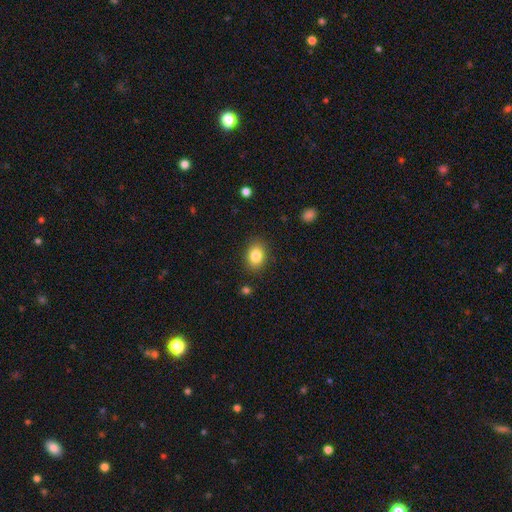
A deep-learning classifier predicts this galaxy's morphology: This is clearly a smooth galaxy (84%). How rounded: likely in between (62%). Merging: clearly none (87%).